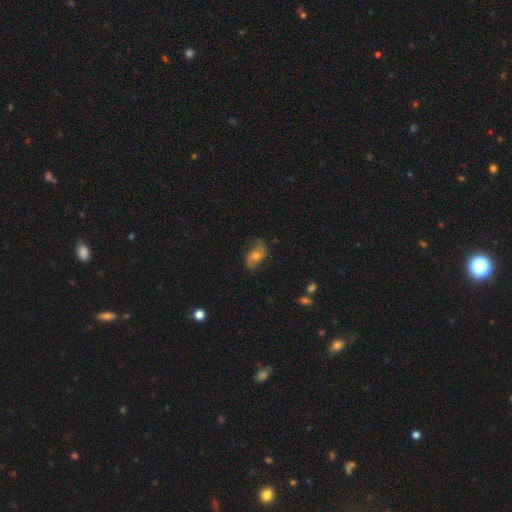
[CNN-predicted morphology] A featured or disk galaxy (63%) with no bar (63%), 2 (85%) loose (54%) spiral arms (88%) and a moderate central bulge (59%). Merging: none (72%).